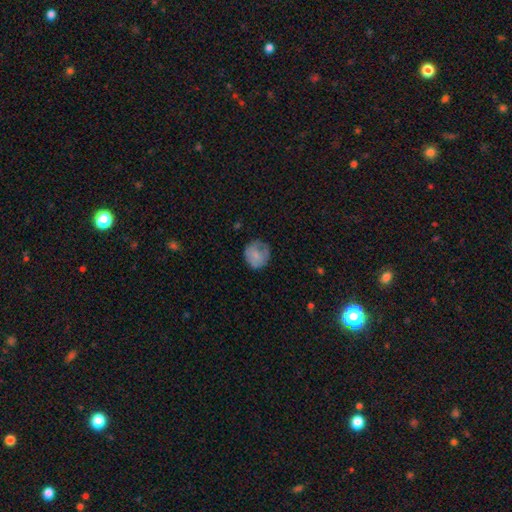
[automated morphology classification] A smooth galaxy with no disk features (73%) that is round (86%). Merging: none (67%).